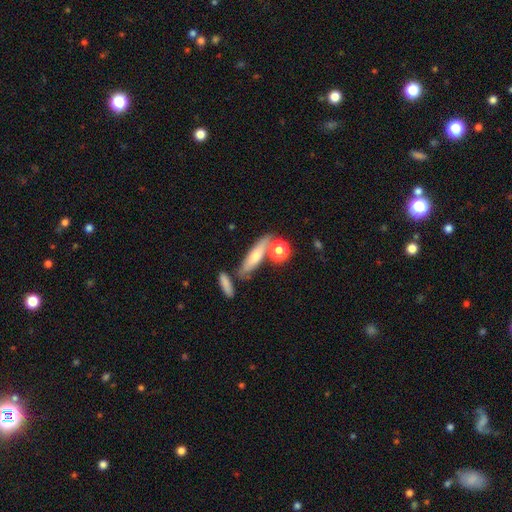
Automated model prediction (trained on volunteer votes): Smooth or featured?
  - smooth: 47% *
  - featured or disk: 42%
  - star or artifact: 11%
Merging?
  - none: 66% *
  - merger: 16%
  - minor disturbance: 13%
  - major disturbance: 5%